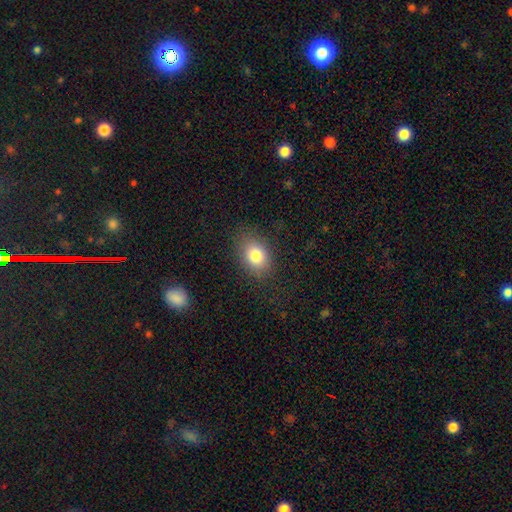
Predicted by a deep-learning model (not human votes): smooth_or_featured: smooth (p=0.81) [alt: star or artifact p=0.10]
how_rounded: in between (p=0.70) [alt: round p=0.29]
merging: none (p=0.83) [alt: minor disturbance p=0.12]